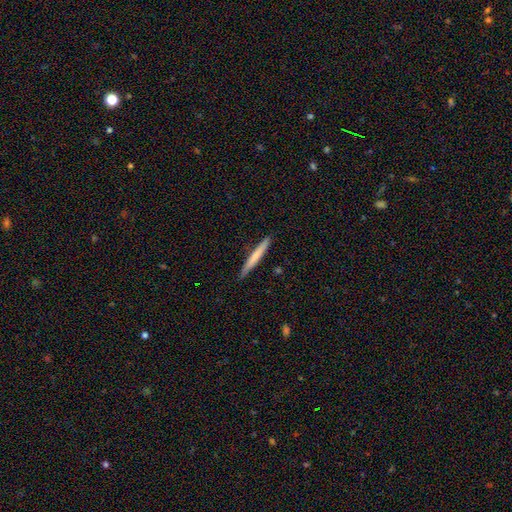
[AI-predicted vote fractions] smooth-or-featured: smooth: 67% | featured or disk: 28% | star or artifact: 5%
  how-rounded: cigar-shaped: 96% | in between: 2% | round: 1%
  merging: none: 90% | minor disturbance: 8% | major disturbance: 1% | merger: 1%